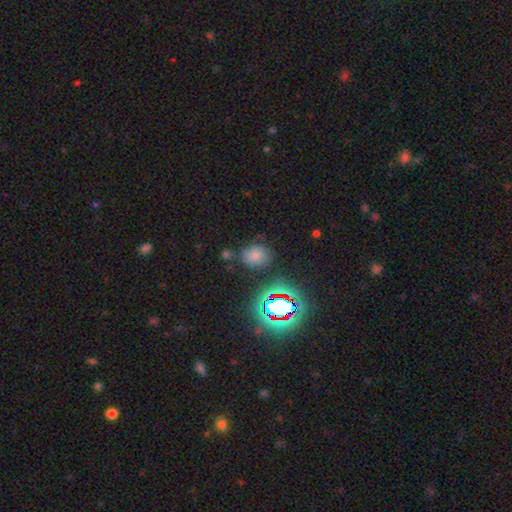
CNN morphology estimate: smooth-or-featured: smooth: 65% | star or artifact: 24% | featured or disk: 10%
  how-rounded: round: 59% | in between: 40% | cigar-shaped: 1%
  merging: none: 74% | minor disturbance: 16% | merger: 5% | major disturbance: 5%